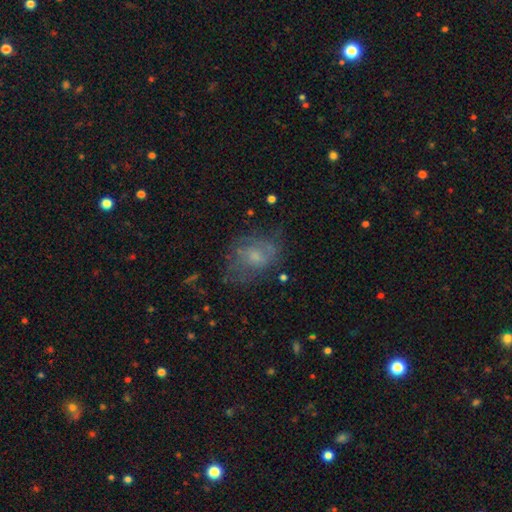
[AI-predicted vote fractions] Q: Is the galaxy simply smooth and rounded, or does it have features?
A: smooth — 47%.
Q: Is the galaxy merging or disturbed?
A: none — 53%.